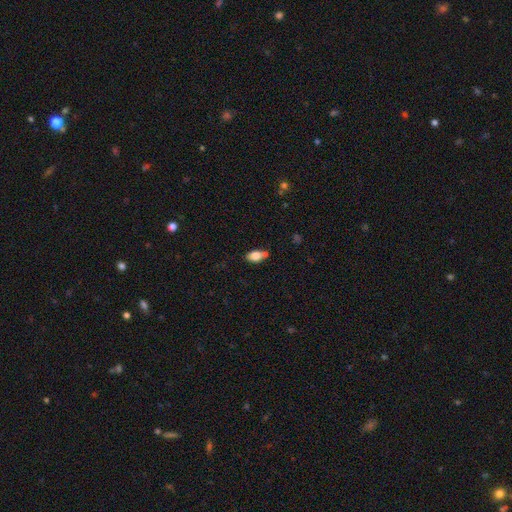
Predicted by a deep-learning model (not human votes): Smooth or featured?
  - smooth: 80% *
  - featured or disk: 12%
  - star or artifact: 8%
How rounded?
  - in between: 87% *
  - round: 8%
  - cigar-shaped: 4%
Merging?
  - none: 57% *
  - minor disturbance: 23%
  - merger: 15%
  - major disturbance: 5%